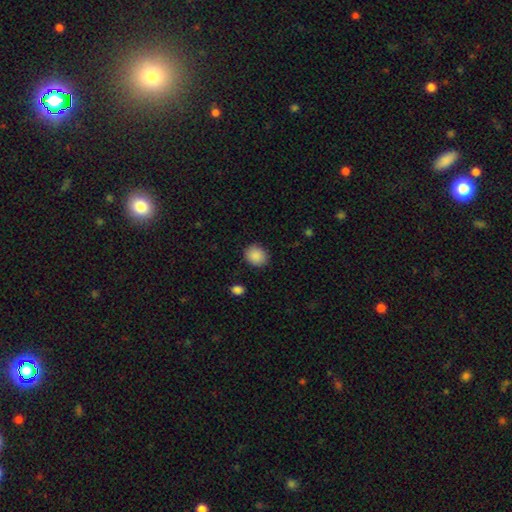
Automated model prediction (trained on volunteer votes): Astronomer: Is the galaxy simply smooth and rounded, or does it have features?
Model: smooth — 89%.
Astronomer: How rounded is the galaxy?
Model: round — 67%.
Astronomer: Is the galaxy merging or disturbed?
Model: none — 87%.